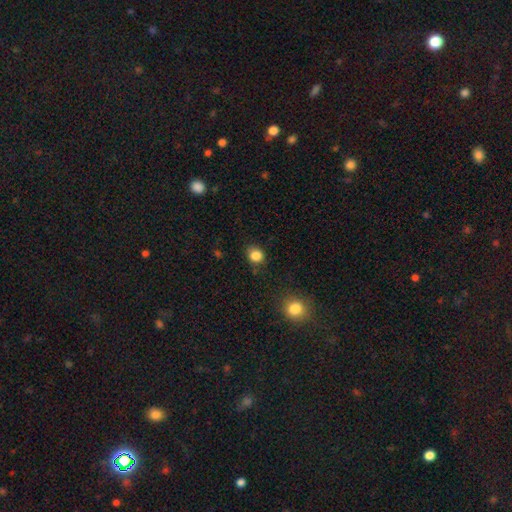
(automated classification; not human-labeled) smooth 85%, star or artifact 11%, featured or disk 4%. Down the decision tree: how rounded — round (67%); merging — none (81%).